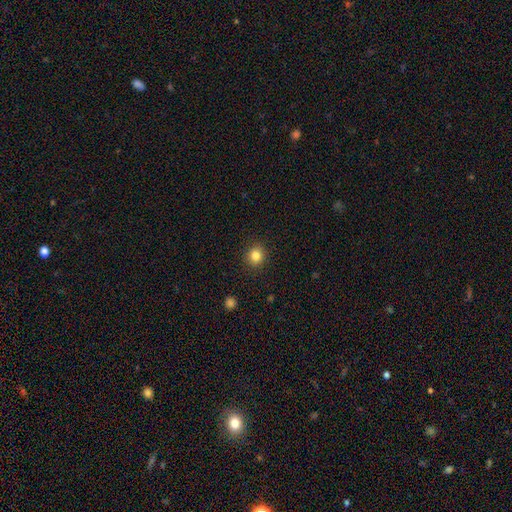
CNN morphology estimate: Q: Smooth or featured?
A: smooth (83%); runner-up: star or artifact (12%)
Q: How rounded?
A: round (82%); runner-up: in between (17%)
Q: Merging?
A: none (91%); runner-up: minor disturbance (6%)